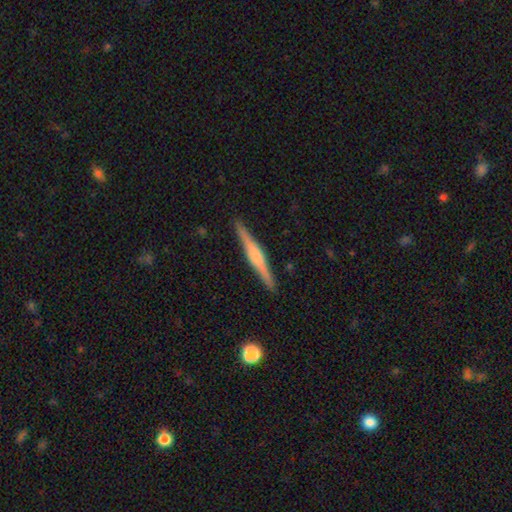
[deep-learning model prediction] A featured or disk galaxy (69%) viewed edge-on (98%) with a rounded central bulge (66%). Merging: none (91%).